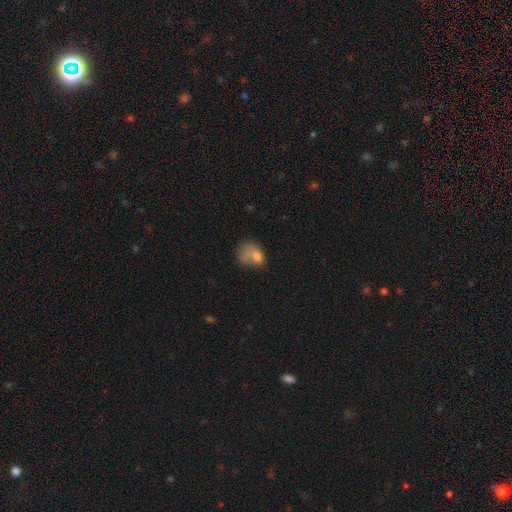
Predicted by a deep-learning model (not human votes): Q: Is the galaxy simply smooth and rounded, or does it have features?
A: smooth — 66%.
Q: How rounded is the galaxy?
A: in between — 60%.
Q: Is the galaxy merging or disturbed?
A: major disturbance — 36%.